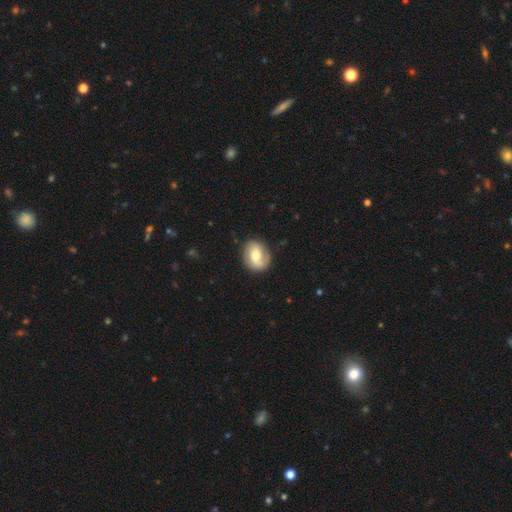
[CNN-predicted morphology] A smooth galaxy with no disk features (47%). Merging: none (77%).